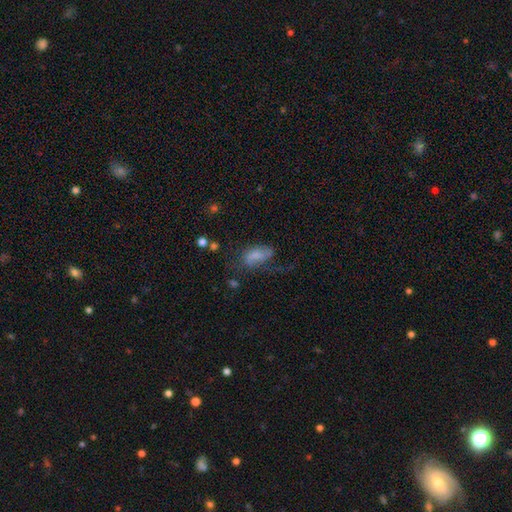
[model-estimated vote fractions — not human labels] This appears to be a smooth galaxy with no disk features (56%) that is in between round and cigar-shaped (90%). Merging: major disturbance (38%).